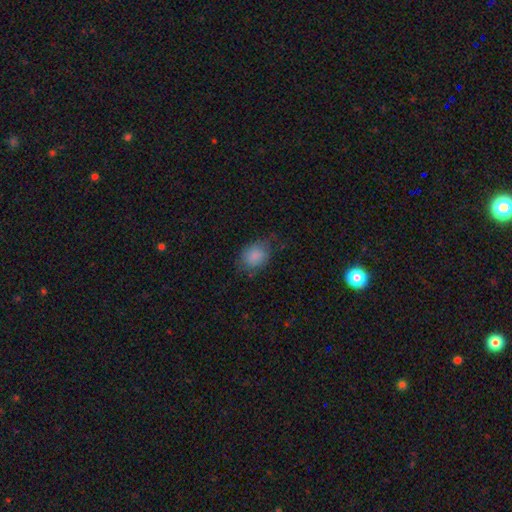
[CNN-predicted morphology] smooth 85%, star or artifact 9%, featured or disk 7%. Down the decision tree: how rounded — in between (59%); merging — none (67%).